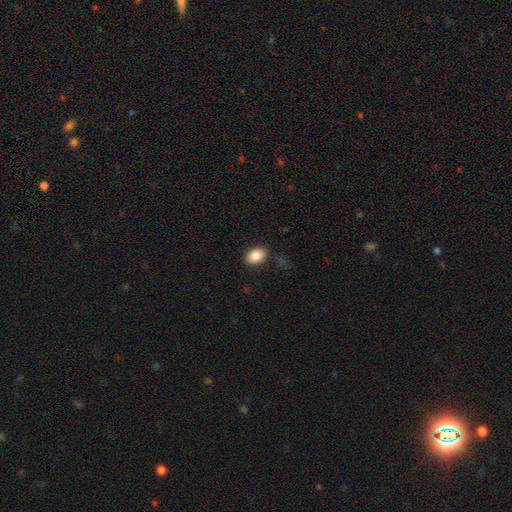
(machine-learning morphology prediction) Smooth or featured?
  - smooth: 86% *
  - star or artifact: 8%
  - featured or disk: 6%
How rounded?
  - in between: 83% *
  - round: 16%
  - cigar-shaped: 1%
Merging?
  - none: 84% *
  - minor disturbance: 11%
  - major disturbance: 3%
  - merger: 2%